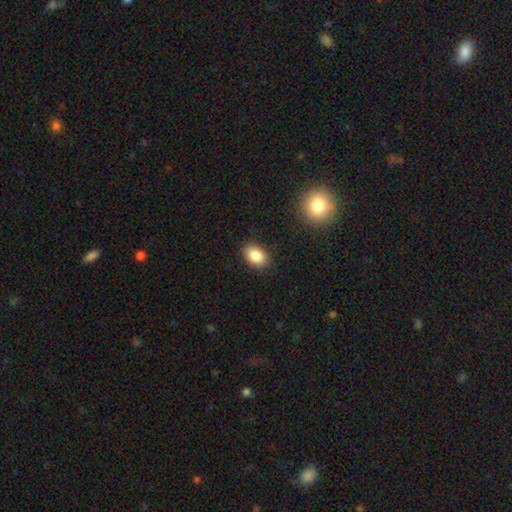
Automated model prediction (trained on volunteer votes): Q: Smooth or featured?
A: smooth (86%); runner-up: star or artifact (8%)
Q: How rounded?
A: in between (85%); runner-up: round (14%)
Q: Merging?
A: none (88%); runner-up: minor disturbance (9%)